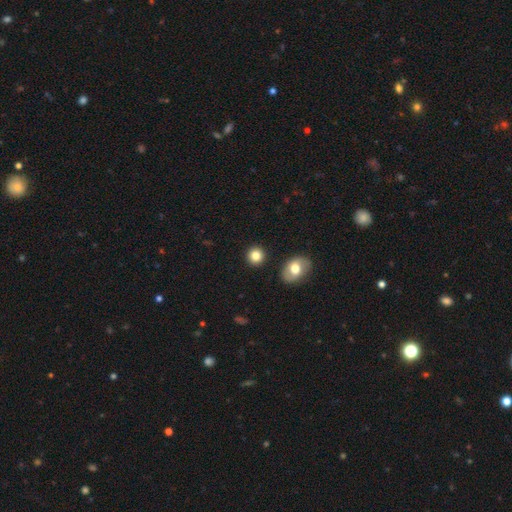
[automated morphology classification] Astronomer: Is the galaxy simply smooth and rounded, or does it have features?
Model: smooth — 83%.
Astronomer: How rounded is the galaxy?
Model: round — 88%.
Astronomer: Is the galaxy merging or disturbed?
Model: none — 89%.